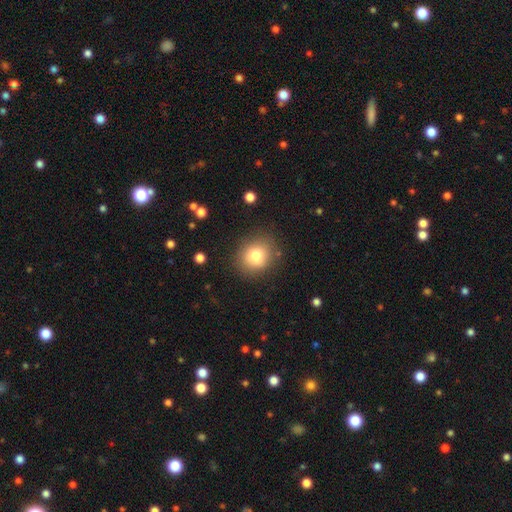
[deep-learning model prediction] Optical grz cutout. It shows a smooth galaxy with no disk features (78%) that is round (74%). Merging: none (81%).